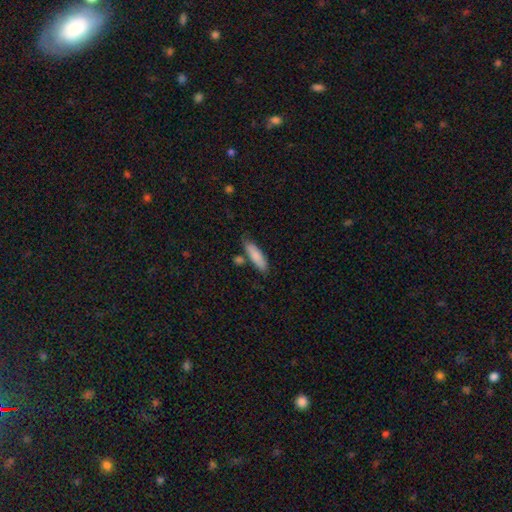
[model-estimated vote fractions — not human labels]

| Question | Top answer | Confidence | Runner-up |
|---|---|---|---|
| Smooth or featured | smooth | 83% | featured or disk (11%) |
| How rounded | cigar-shaped | 57% | in between (41%) |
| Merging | none | 72% | minor disturbance (16%) |